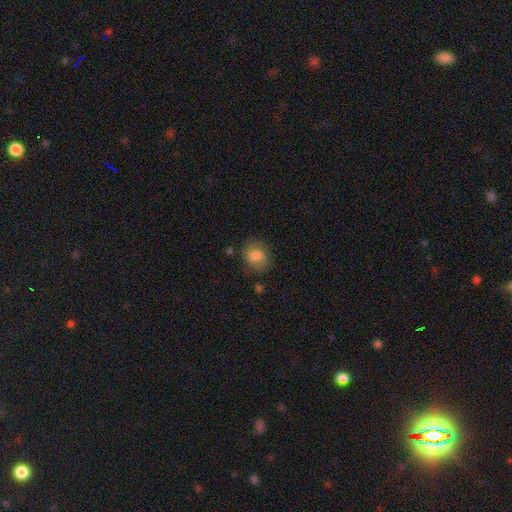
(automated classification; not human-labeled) Q: Smooth or featured?
A: smooth (76%); runner-up: featured or disk (15%)
Q: How rounded?
A: round (57%); runner-up: in between (42%)
Q: Merging?
A: none (68%); runner-up: minor disturbance (21%)